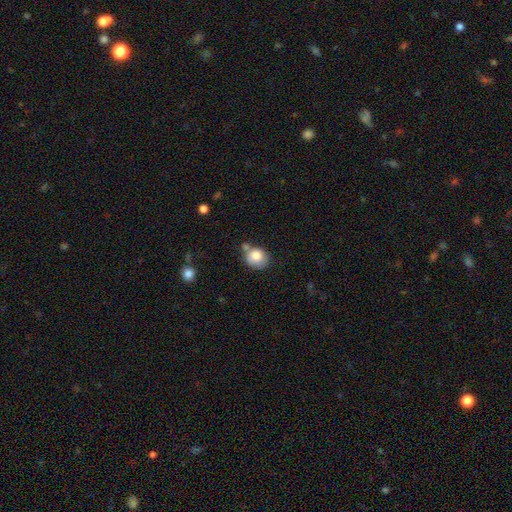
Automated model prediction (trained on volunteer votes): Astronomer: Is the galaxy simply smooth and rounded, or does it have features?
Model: smooth — 81%.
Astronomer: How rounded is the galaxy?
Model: round — 69%.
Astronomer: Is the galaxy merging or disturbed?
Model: none — 50%.